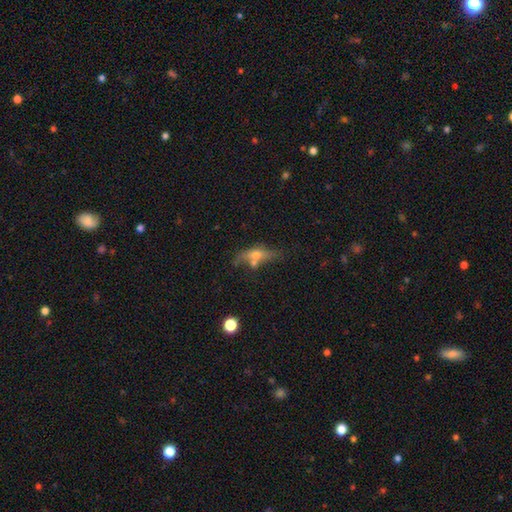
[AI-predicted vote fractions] smooth_or_featured: featured or disk (p=0.50) [alt: smooth p=0.39]
disk_edge_on: yes (p=0.72) [alt: no p=0.28]
merging: none (p=0.49) [alt: merger p=0.21]